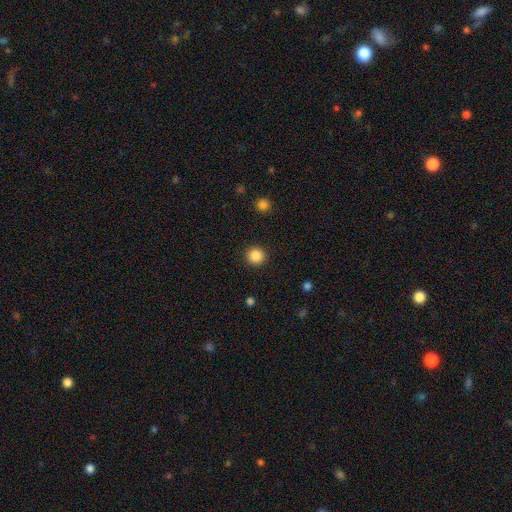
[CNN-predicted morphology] type=smooth (86%); roundness=round (95%); merging=none (92%).